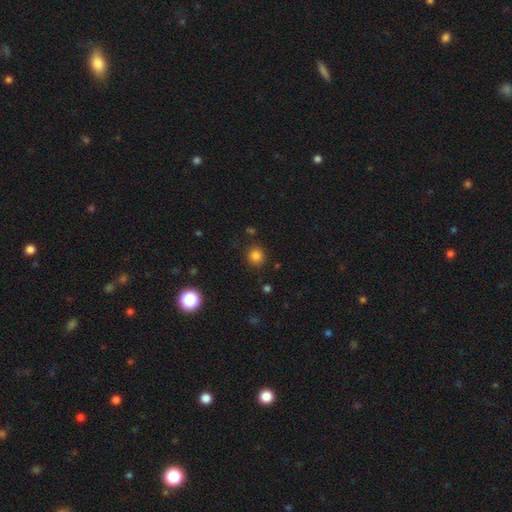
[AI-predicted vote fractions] smooth 82%, star or artifact 14%, featured or disk 4%. Down the decision tree: how rounded — round (90%); merging — none (87%).